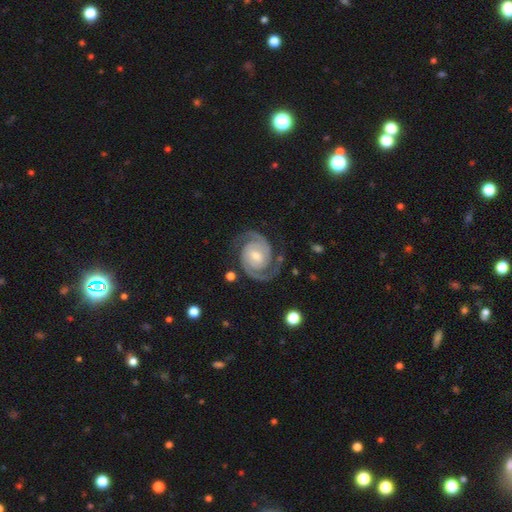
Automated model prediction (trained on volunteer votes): Smooth or featured?
  - featured or disk: 93% *
  - star or artifact: 4%
  - smooth: 3%
Edge-on disk?
  - no: 98% *
  - yes: 2%
Bar?
  - no: 44% *
  - weak: 40%
  - strong: 16%
Spiral arms?
  - yes: 99% *
  - no: 1%
Spiral winding?
  - tight: 60% *
  - medium: 35%
  - loose: 5%
Spiral arm count?
  - 2: 94% *
  - can't tell: 2%
  - 3: 2%
  - 1: 1%
  - 4: 1%
  - more than 4: 1%
Bulge size?
  - moderate: 48% *
  - small: 46%
  - large: 3%
  - none: 2%
  - dominant: 1%
Merging?
  - none: 81% *
  - minor disturbance: 12%
  - major disturbance: 5%
  - merger: 2%